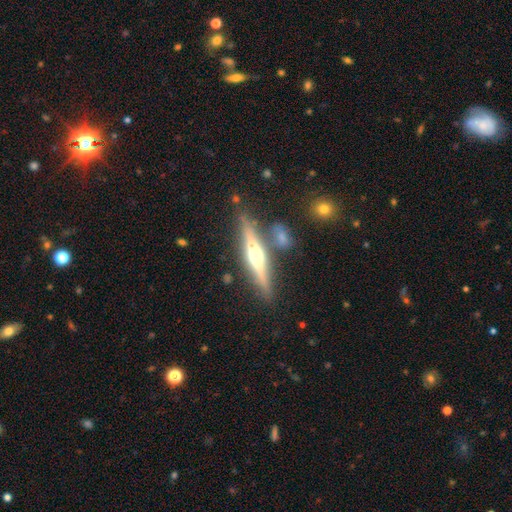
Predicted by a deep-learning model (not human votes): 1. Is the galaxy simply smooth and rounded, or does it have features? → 72% featured or disk, 22% smooth, 7% star or artifact.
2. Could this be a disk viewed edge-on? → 95% yes, 5% no.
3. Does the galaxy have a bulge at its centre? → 91% rounded, 5% boxy, 4% none.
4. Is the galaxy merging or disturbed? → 73% none, 12% minor disturbance, 12% merger, 4% major disturbance.